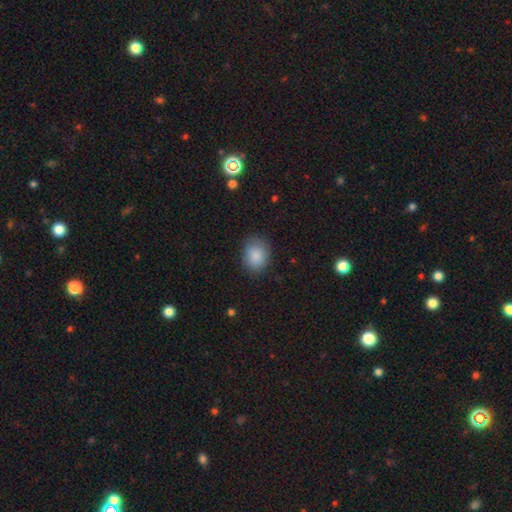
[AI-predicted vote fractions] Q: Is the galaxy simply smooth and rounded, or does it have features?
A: smooth — 87%.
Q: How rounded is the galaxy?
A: in between — 53%.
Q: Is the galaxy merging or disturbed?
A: none — 78%.